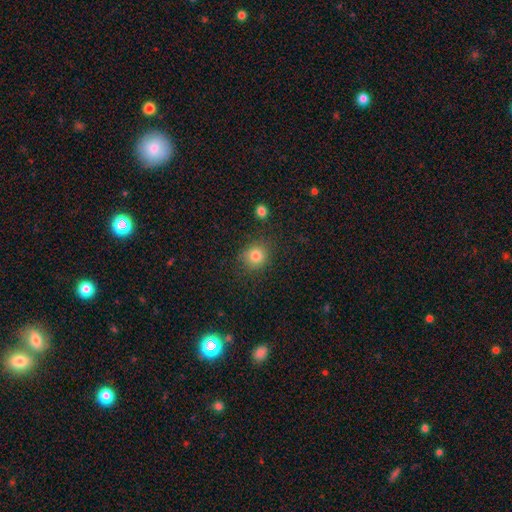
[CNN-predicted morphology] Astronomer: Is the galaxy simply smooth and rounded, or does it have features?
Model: smooth — 82%.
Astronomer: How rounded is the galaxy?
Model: round — 83%.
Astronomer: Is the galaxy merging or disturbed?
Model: none — 82%.